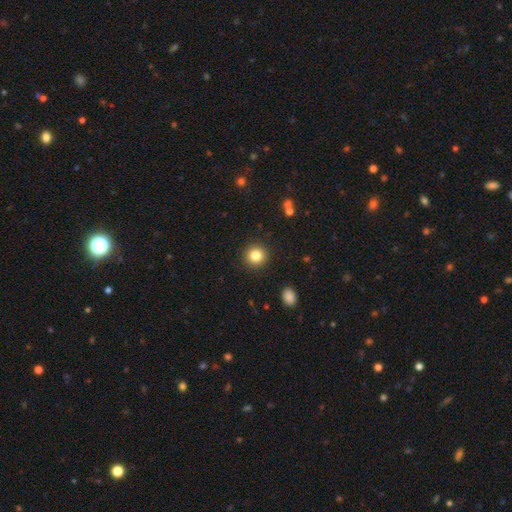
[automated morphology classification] The model was most divided on "smooth or featured": smooth: 83%, star or artifact: 11%, featured or disk: 6%. More confident: how rounded — round (93%); merging — none (91%).